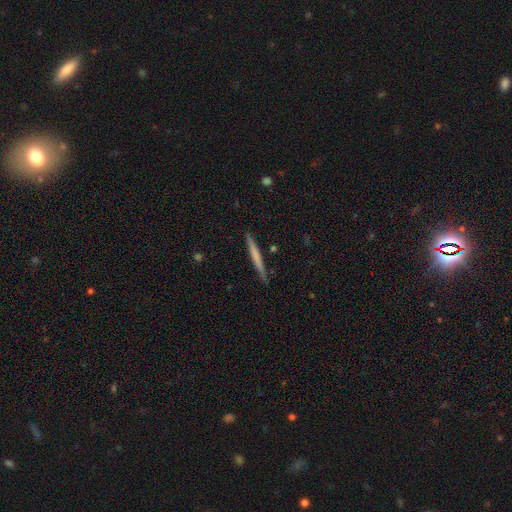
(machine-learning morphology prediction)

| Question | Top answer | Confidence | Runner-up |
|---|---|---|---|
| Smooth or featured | smooth | 59% | featured or disk (36%) |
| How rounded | cigar-shaped | 97% | in between (2%) |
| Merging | none | 87% | minor disturbance (10%) |